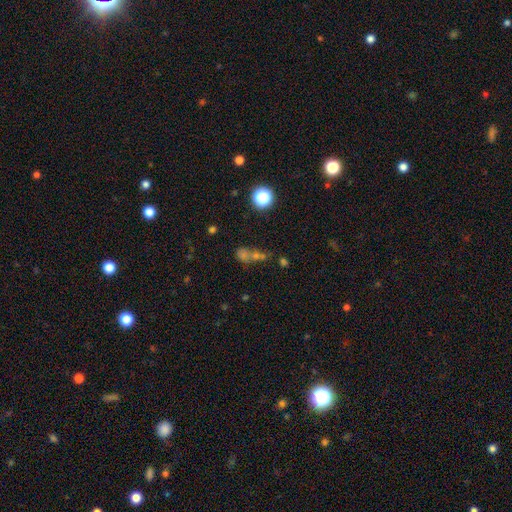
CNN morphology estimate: Smooth or featured? smooth (47%)
Merging? merger (44%)